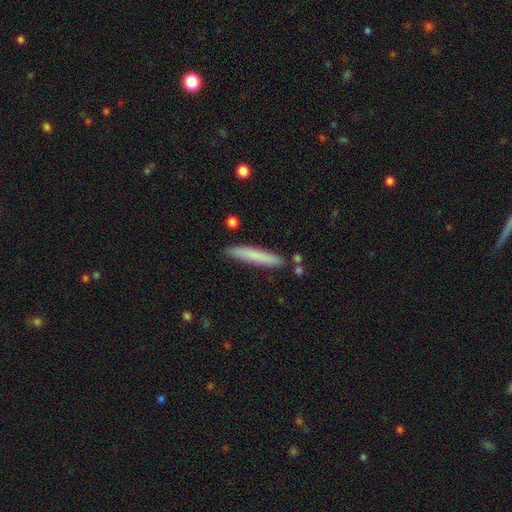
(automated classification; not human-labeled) smooth_or_featured: smooth (p=0.77) [alt: featured or disk p=0.17]
how_rounded: cigar-shaped (p=0.94) [alt: in between p=0.05]
merging: none (p=0.84) [alt: minor disturbance p=0.11]